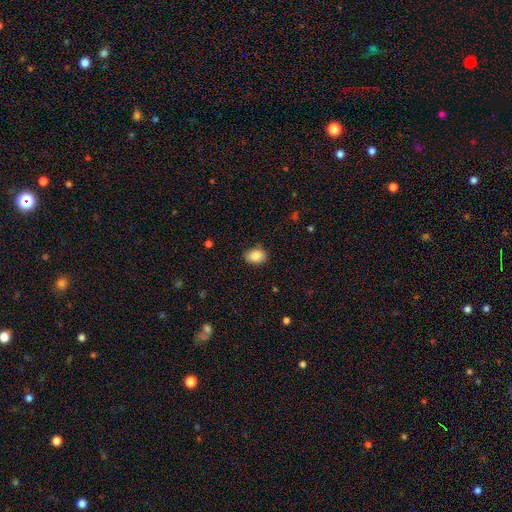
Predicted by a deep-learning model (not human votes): Q: Smooth or featured?
A: smooth (87%); runner-up: star or artifact (8%)
Q: How rounded?
A: in between (77%); runner-up: round (22%)
Q: Merging?
A: none (85%); runner-up: minor disturbance (12%)